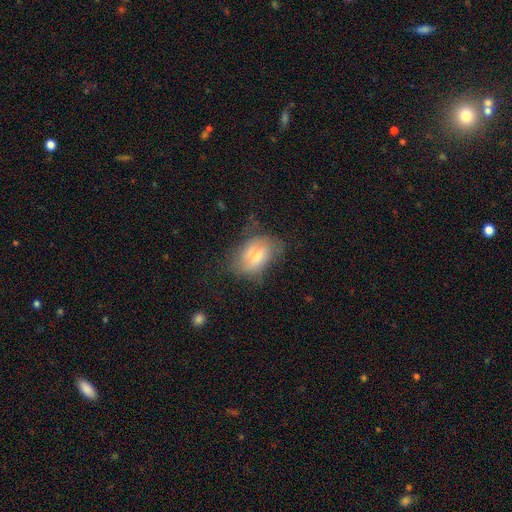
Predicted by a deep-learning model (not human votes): Morphology: type=smooth (66%); roundness=in between (82%); merging=none (48%).